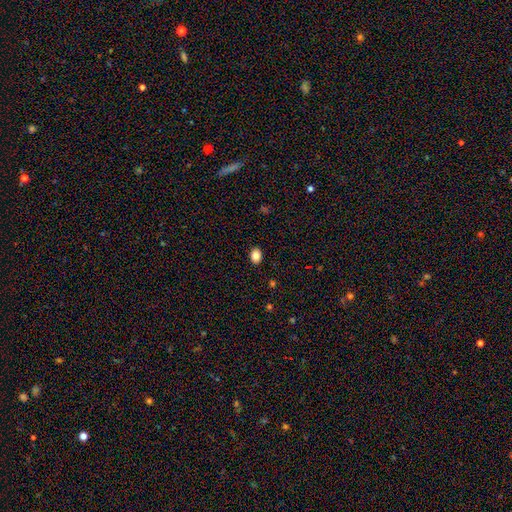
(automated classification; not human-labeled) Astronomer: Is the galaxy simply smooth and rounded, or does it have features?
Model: smooth — 84%.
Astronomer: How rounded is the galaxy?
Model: in between — 66%.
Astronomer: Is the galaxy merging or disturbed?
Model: none — 90%.